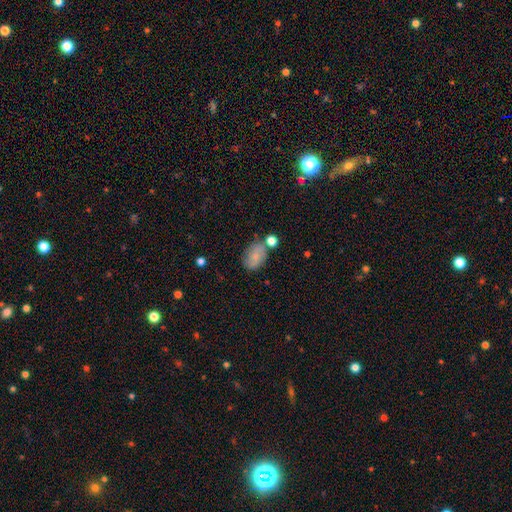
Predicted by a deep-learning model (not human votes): Q: Smooth or featured?
A: smooth (68%); runner-up: featured or disk (22%)
Q: How rounded?
A: in between (80%); runner-up: round (18%)
Q: Merging?
A: none (59%); runner-up: minor disturbance (21%)